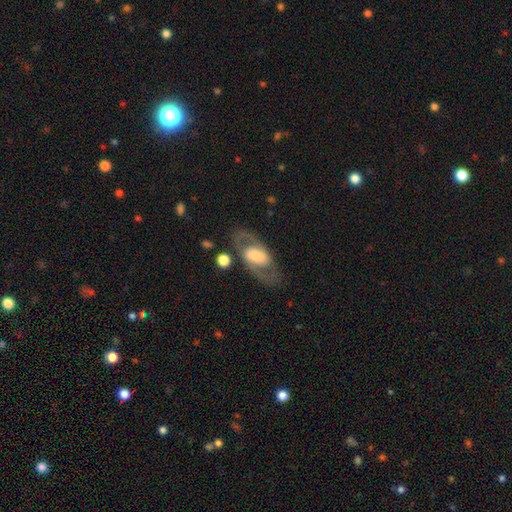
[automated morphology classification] Smooth or featured: featured or disk — 69% (smooth — 25%)
Edge-on disk: no — 91% (yes — 9%)
Bar: no — 40% (weak — 36%)
Spiral arms: yes — 69% (no — 31%)
Bulge size: moderate — 43% (large — 30%)
Merging: none — 74% (minor disturbance — 13%)